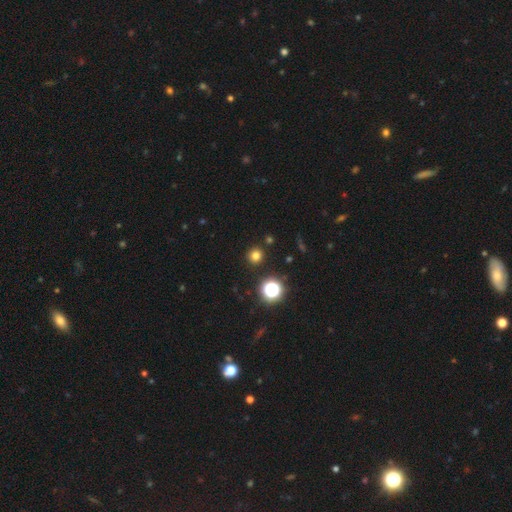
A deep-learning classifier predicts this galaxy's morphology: smooth_or_featured: smooth (p=0.76) [alt: star or artifact p=0.19]
how_rounded: round (p=0.93) [alt: in between p=0.06]
merging: none (p=0.90) [alt: minor disturbance p=0.05]